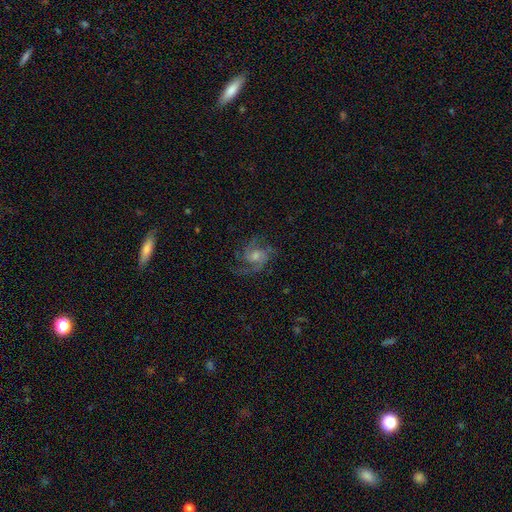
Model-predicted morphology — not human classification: Smooth or featured?
  - featured or disk: 84% *
  - star or artifact: 8%
  - smooth: 8%
Edge-on disk?
  - no: 98% *
  - yes: 2%
Bar?
  - no: 61% *
  - weak: 33%
  - strong: 7%
Spiral arms?
  - yes: 97% *
  - no: 3%
Spiral winding?
  - medium: 53% *
  - tight: 32%
  - loose: 15%
Spiral arm count?
  - 3: 37% *
  - 2: 32%
  - can't tell: 13%
  - 4: 8%
  - 1: 5%
  - more than 4: 5%
Bulge size?
  - moderate: 48% *
  - small: 37%
  - large: 7%
  - none: 7%
  - dominant: 1%
Merging?
  - none: 72% *
  - minor disturbance: 15%
  - major disturbance: 11%
  - merger: 1%